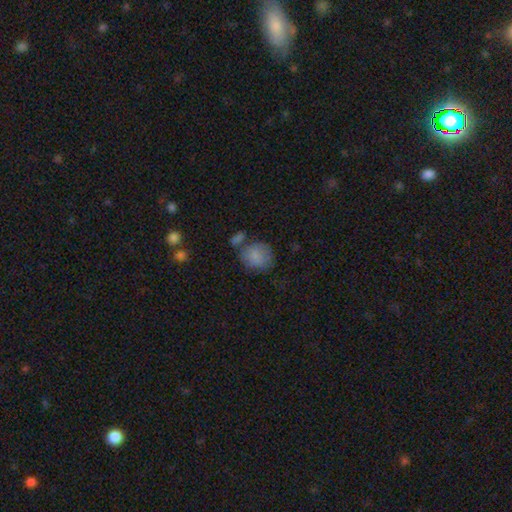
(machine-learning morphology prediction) Q: Smooth or featured?
A: smooth (83%); runner-up: star or artifact (9%)
Q: How rounded?
A: round (74%); runner-up: in between (24%)
Q: Merging?
A: none (56%); runner-up: minor disturbance (19%)